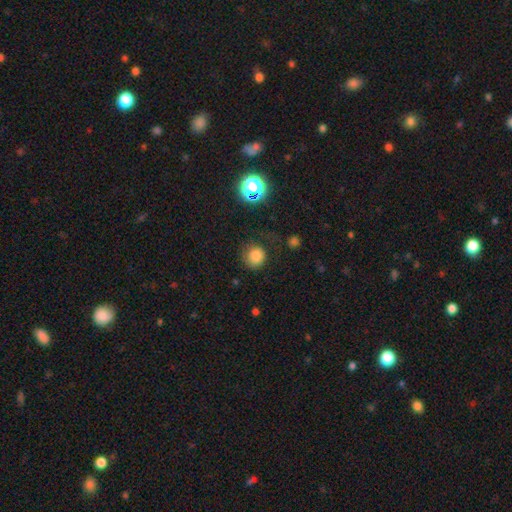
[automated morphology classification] Q: Smooth or featured?
A: smooth (79%); runner-up: star or artifact (15%)
Q: How rounded?
A: round (90%); runner-up: in between (9%)
Q: Merging?
A: none (74%); runner-up: minor disturbance (16%)